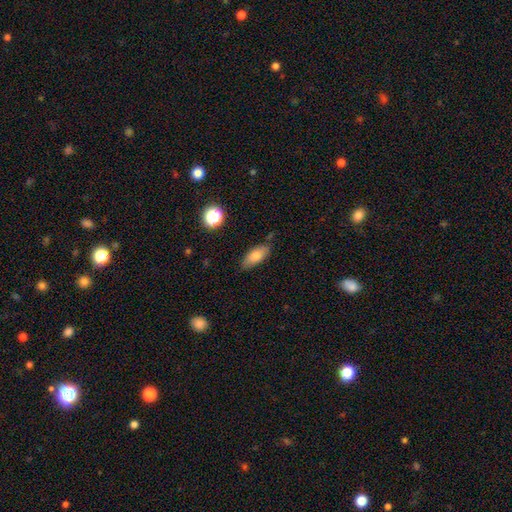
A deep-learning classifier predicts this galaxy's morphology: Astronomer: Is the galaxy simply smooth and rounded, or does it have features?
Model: smooth — 78%.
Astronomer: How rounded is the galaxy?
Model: in between — 81%.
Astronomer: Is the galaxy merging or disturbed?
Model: none — 76%.